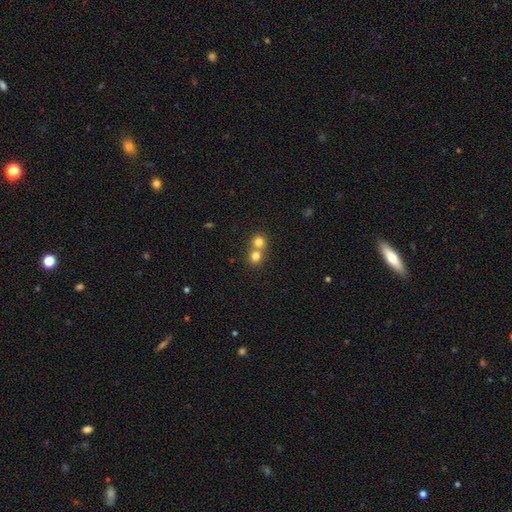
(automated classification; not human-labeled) A smooth galaxy with no disk features (77%) that is round (86%). Merging: merger (56%).